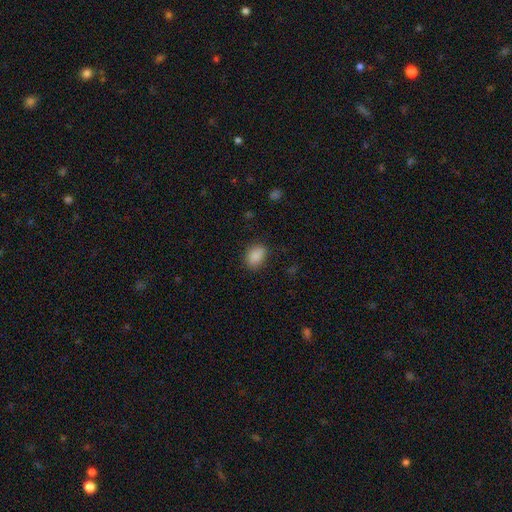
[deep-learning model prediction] Smooth or featured? smooth (88%)
How rounded? in between (72%)
Merging? none (82%)